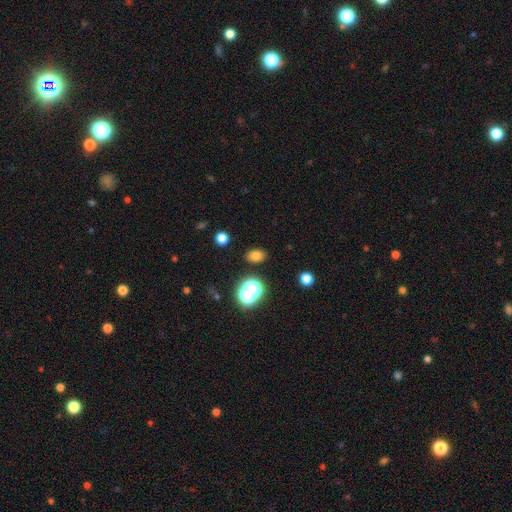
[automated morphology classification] smooth_or_featured: smooth (p=0.73) [alt: star or artifact p=0.19]
how_rounded: in between (p=0.76) [alt: round p=0.22]
merging: none (p=0.85) [alt: minor disturbance p=0.10]